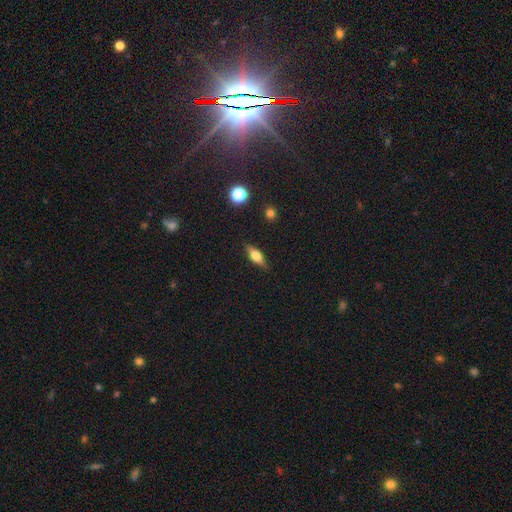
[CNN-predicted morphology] type=smooth (55%); roundness=in between (63%); merging=none (87%).